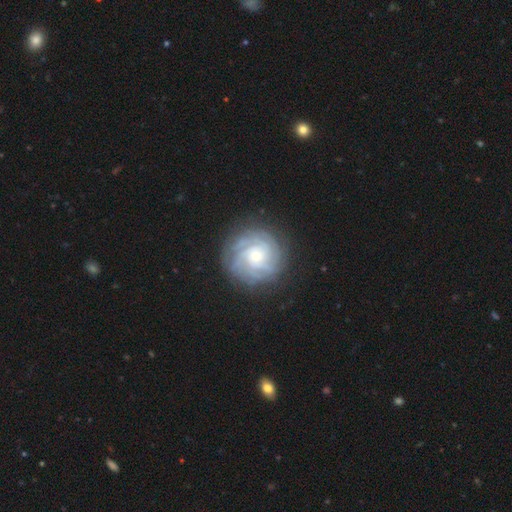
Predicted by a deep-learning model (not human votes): The model was most divided on "spiral arm count": can't tell: 30%, 4: 23%, more than 4: 16%, 3: 15%, 2: 10%, 1: 7%. More confident: edge-on disk — no (98%); spiral arms — yes (97%); merging — none (84%); smooth or featured — featured or disk (82%); spiral winding — tight (81%); bar — no (77%); bulge size — small (64%).